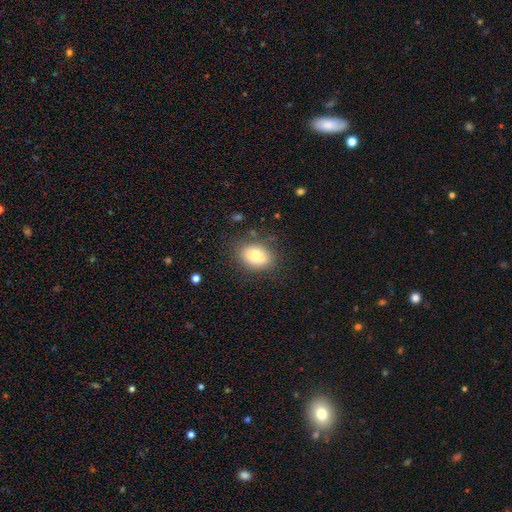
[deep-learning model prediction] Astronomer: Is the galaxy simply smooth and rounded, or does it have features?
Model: smooth — 77%.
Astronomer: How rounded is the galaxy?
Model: in between — 67%.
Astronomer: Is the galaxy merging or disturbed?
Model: none — 81%.